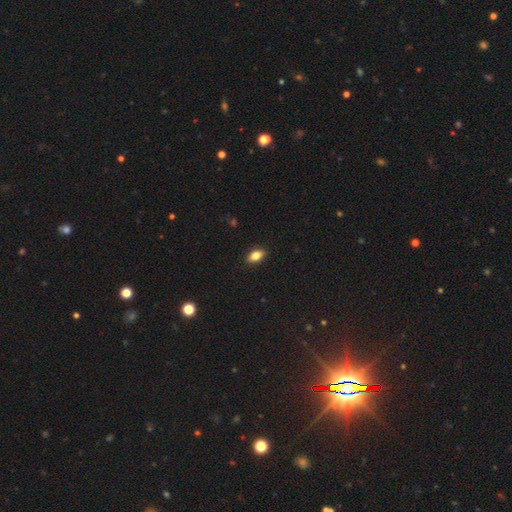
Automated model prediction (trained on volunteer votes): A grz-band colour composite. It shows a smooth galaxy with no disk features (82%) that is in between round and cigar-shaped (88%). Merging: none (89%).